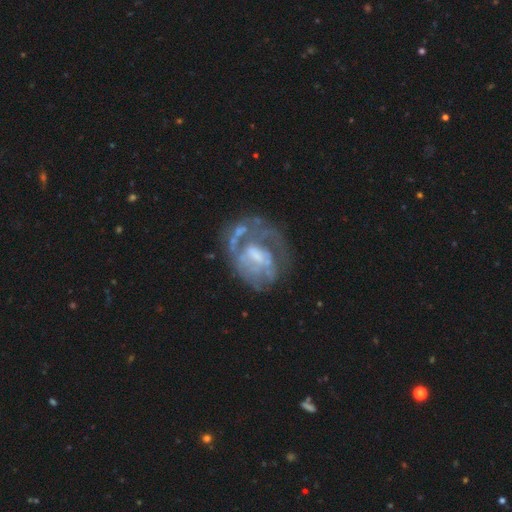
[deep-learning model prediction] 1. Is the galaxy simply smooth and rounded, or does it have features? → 76% featured or disk, 16% smooth, 9% star or artifact.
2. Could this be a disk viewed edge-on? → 97% no, 3% yes.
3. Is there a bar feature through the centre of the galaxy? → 49% no, 39% weak, 12% strong.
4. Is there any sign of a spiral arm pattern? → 60% yes, 40% no.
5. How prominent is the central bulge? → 37% moderate, 29% small, 25% none, 8% large, 2% dominant.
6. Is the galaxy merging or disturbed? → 45% none, 28% major disturbance, 19% minor disturbance, 8% merger.